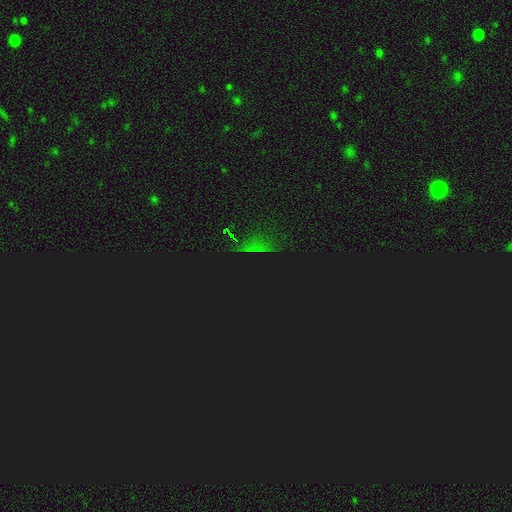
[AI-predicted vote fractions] A star or artifact, not a galaxy (80%).